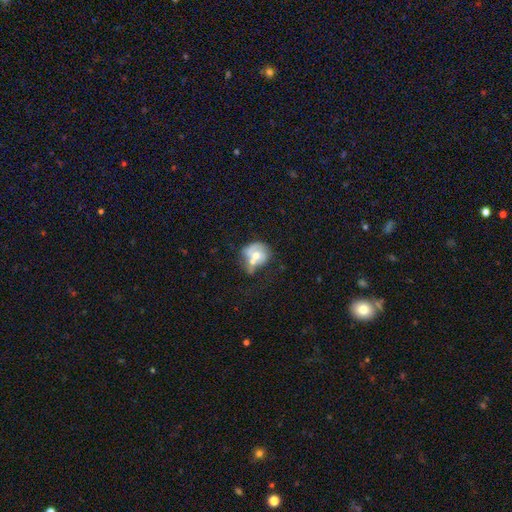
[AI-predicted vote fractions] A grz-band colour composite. It shows a smooth galaxy with no disk features (51%) that is round (63%). Merging: merger (47%).